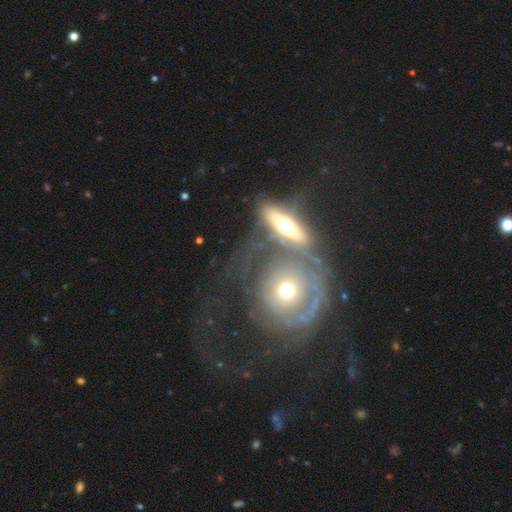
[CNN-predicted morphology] Smooth or featured? Predicted: featured or disk (p=0.68). Edge-on disk? Predicted: no (p=0.81). Bar? Predicted: no (p=0.80). Spiral arms? Predicted: no (p=0.53). Bulge size? Predicted: moderate (p=0.63). Merging? Predicted: merger (p=0.58).